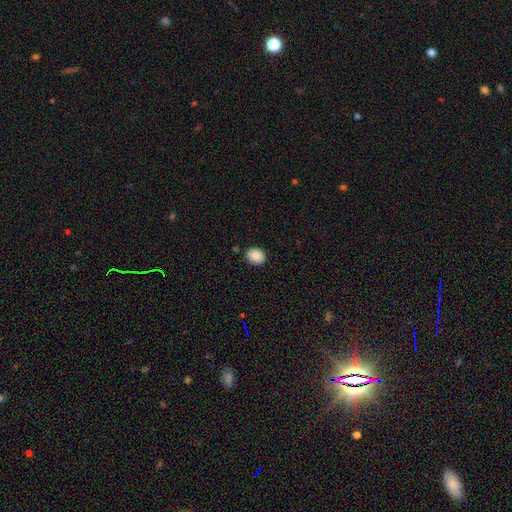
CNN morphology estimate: Smooth or featured? Predicted: smooth (p=0.89). How rounded? Predicted: in between (p=0.50). Merging? Predicted: none (p=0.86).